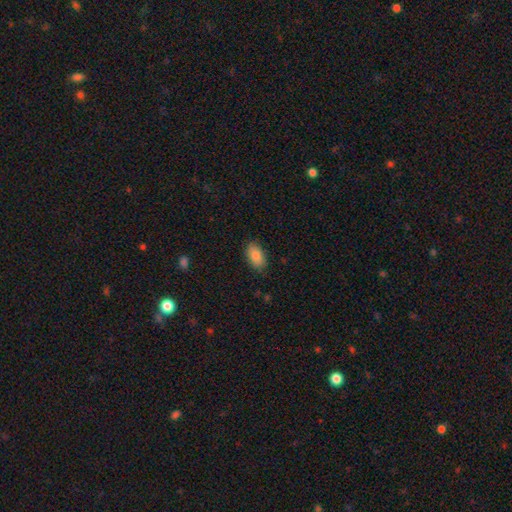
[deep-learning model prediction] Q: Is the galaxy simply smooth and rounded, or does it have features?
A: smooth — 87%.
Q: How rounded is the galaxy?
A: in between — 93%.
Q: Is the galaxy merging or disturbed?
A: none — 87%.